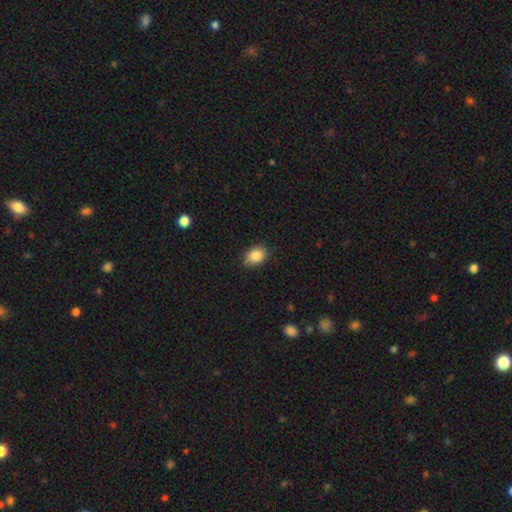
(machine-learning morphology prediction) The model was most divided on "how rounded": in between: 75%, round: 24%, cigar-shaped: 1%. More confident: smooth or featured — smooth (88%); merging — none (84%).